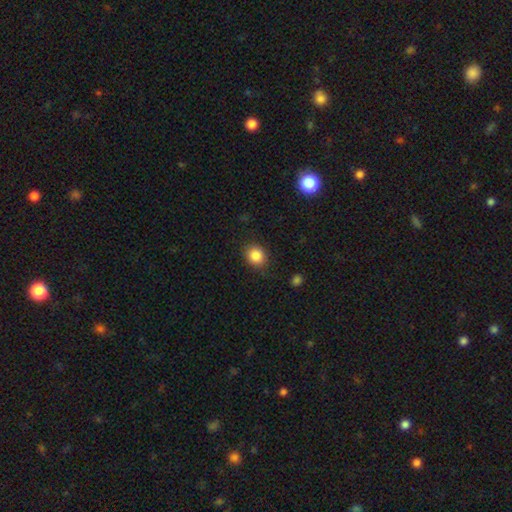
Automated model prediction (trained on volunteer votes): smooth 86%, star or artifact 9%, featured or disk 5%. Down the decision tree: how rounded — round (72%); merging — none (84%).